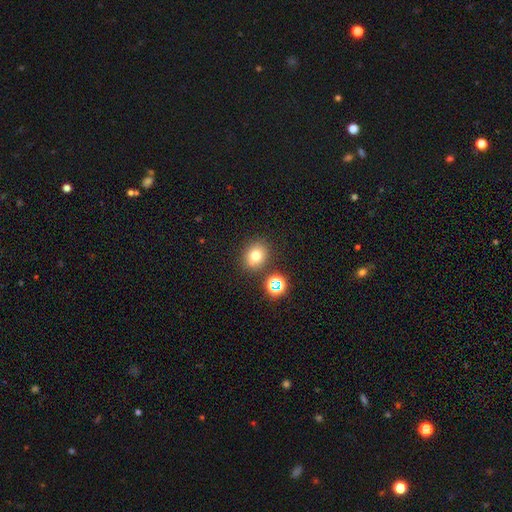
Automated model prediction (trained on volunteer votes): smooth 73%, star or artifact 17%, featured or disk 10%. Down the decision tree: how rounded — round (61%); merging — none (80%).